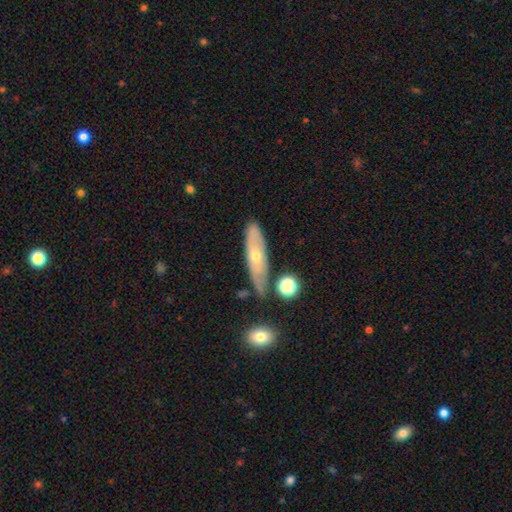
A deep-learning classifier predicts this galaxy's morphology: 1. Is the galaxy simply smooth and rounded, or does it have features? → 51% featured or disk, 41% smooth, 7% star or artifact.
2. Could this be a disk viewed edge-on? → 55% no, 45% yes.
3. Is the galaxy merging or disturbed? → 69% none, 21% minor disturbance, 5% major disturbance, 5% merger.